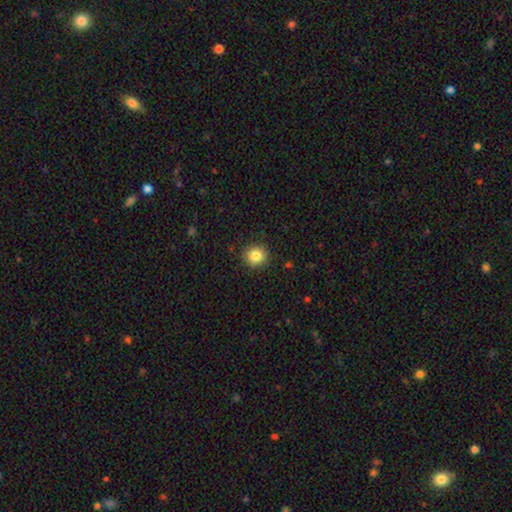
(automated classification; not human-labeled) Morphology: type=smooth (85%); roundness=round (92%); merging=none (90%).